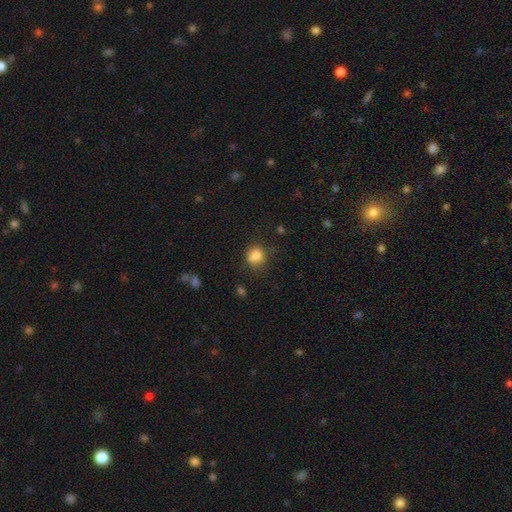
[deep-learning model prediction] A smooth galaxy with no disk features (82%) that is round (75%). Merging: none (64%).